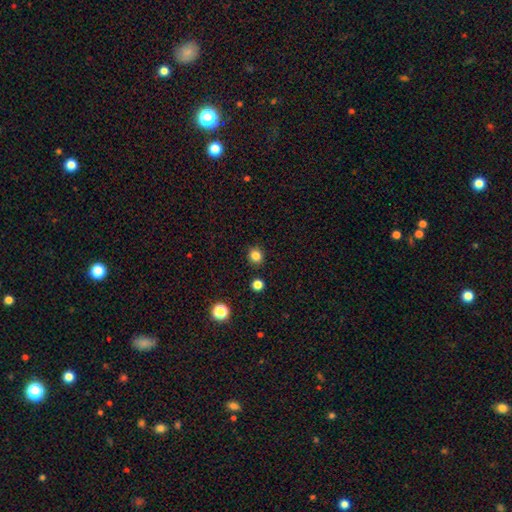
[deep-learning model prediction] smooth_or_featured: smooth (p=0.83) [alt: star or artifact p=0.13]
how_rounded: round (p=0.83) [alt: in between p=0.17]
merging: none (p=0.90) [alt: minor disturbance p=0.06]